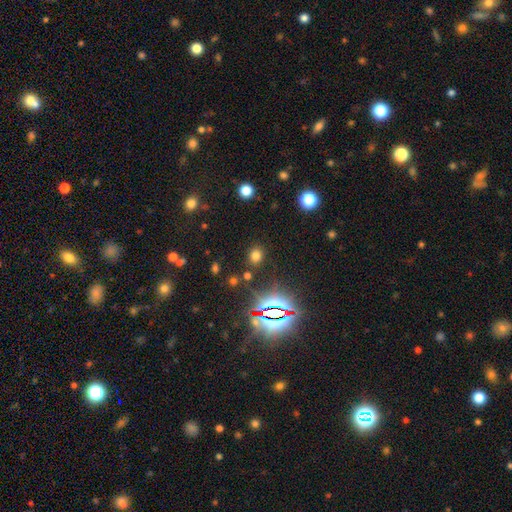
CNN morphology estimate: Smooth or featured: smooth — 66% (star or artifact — 28%)
How rounded: round — 58% (in between — 41%)
Merging: none — 84% (minor disturbance — 8%)